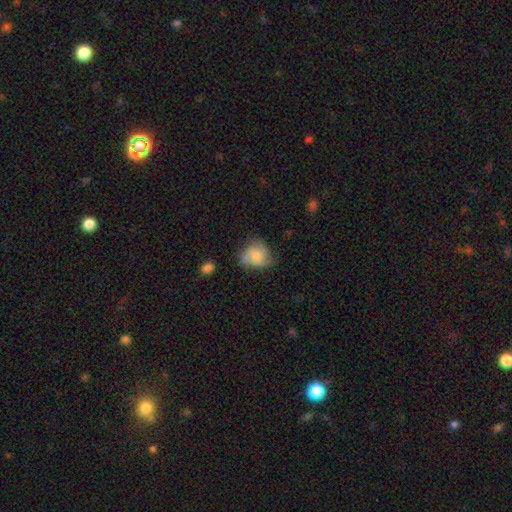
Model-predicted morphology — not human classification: Q: Smooth or featured?
A: featured or disk (46%); tied with: smooth (46%)
Q: Merging?
A: none (54%); runner-up: minor disturbance (29%)